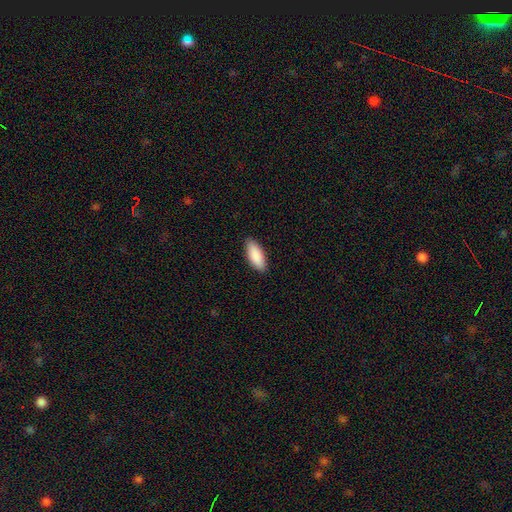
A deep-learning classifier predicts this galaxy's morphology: Smooth or featured: smooth — 90% (star or artifact — 5%)
How rounded: in between — 83% (cigar-shaped — 16%)
Merging: none — 88% (minor disturbance — 9%)